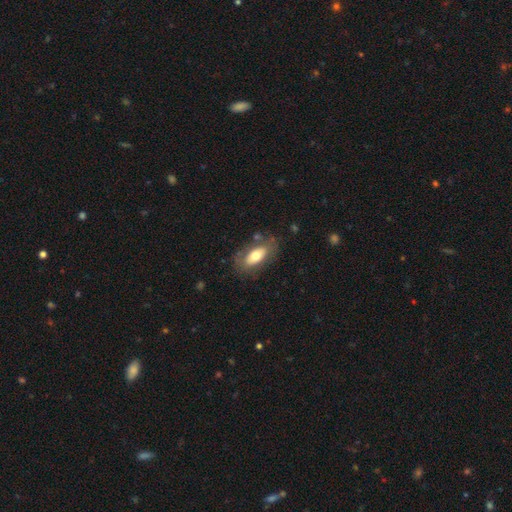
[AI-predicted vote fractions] smooth-or-featured: smooth: 64% | featured or disk: 30% | star or artifact: 6%
  how-rounded: in between: 86% | cigar-shaped: 10% | round: 4%
  merging: none: 74% | minor disturbance: 16% | major disturbance: 7% | merger: 3%